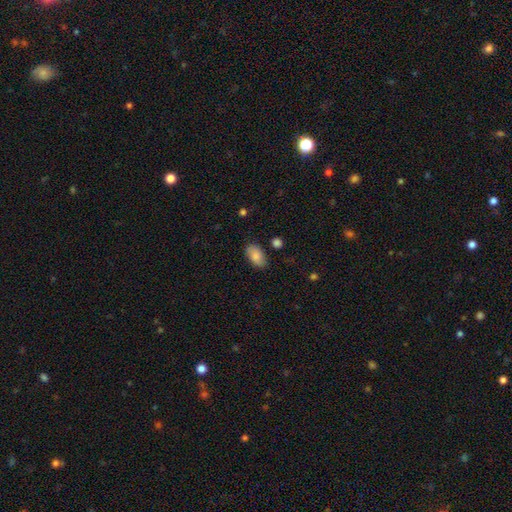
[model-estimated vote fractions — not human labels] Smooth or featured?
  - smooth: 84% *
  - featured or disk: 9%
  - star or artifact: 7%
How rounded?
  - in between: 93% *
  - round: 5%
  - cigar-shaped: 2%
Merging?
  - none: 80% *
  - minor disturbance: 14%
  - major disturbance: 3%
  - merger: 2%